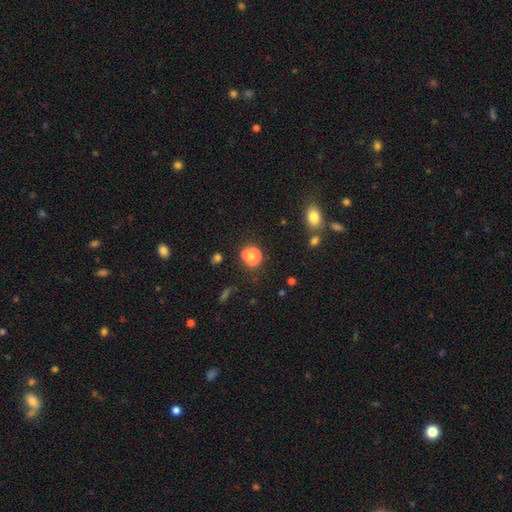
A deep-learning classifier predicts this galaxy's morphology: This is possibly a smooth galaxy (49%). Merging: marginally none (38%).